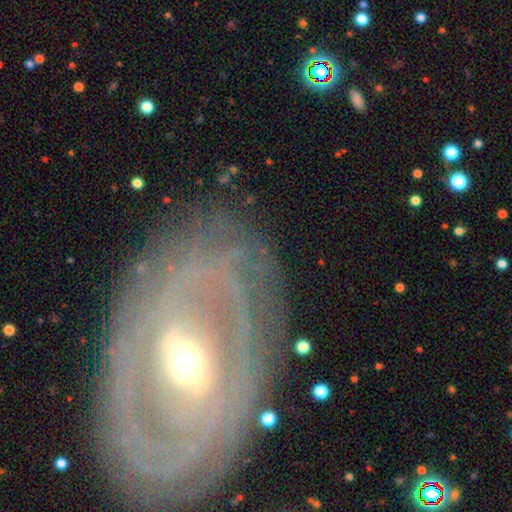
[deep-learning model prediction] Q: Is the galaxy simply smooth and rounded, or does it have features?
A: featured or disk — 82%.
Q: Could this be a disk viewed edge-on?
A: no — 93%.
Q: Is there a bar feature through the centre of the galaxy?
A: weak — 37%.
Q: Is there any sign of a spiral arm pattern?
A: yes — 75%.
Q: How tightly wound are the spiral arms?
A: tight — 70%.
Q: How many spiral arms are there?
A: can't tell — 41%.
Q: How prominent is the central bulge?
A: moderate — 66%.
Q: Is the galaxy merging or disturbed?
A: none — 82%.